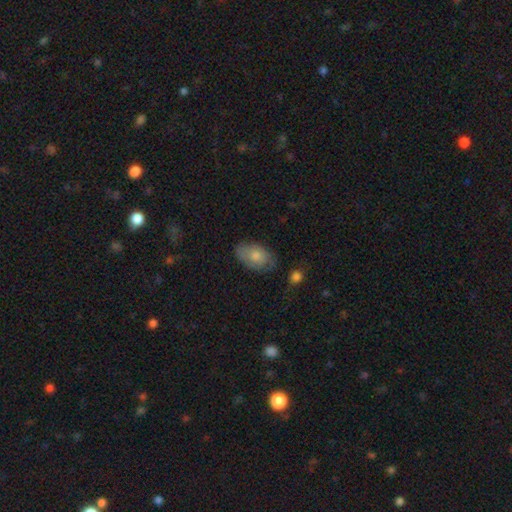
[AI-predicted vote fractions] Q: Smooth or featured?
A: smooth (73%); runner-up: featured or disk (20%)
Q: How rounded?
A: in between (91%); runner-up: round (7%)
Q: Merging?
A: none (70%); runner-up: minor disturbance (22%)